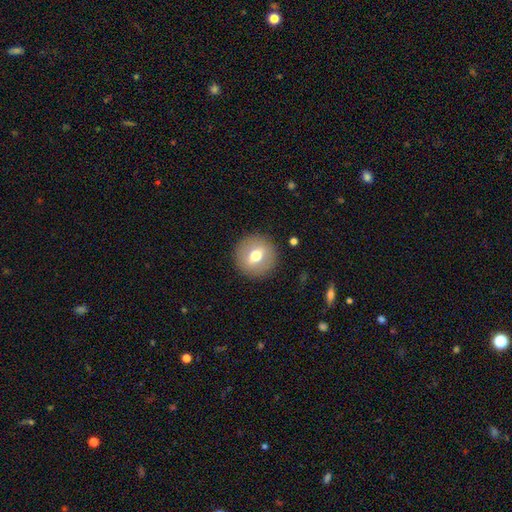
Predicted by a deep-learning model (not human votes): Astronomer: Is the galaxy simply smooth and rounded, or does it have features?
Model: smooth — 60%.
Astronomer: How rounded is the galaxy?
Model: round — 90%.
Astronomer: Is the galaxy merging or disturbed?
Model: none — 88%.